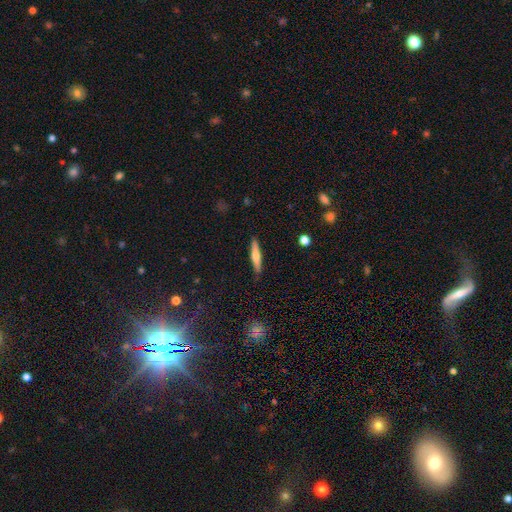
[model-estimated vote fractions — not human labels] Smooth or featured? smooth (57%)
How rounded? cigar-shaped (89%)
Merging? none (88%)